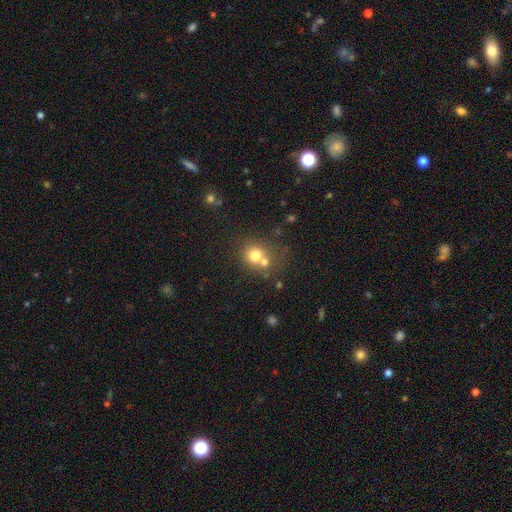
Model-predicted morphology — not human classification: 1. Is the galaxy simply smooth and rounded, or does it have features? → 73% smooth, 14% featured or disk, 13% star or artifact.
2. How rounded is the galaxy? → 82% round, 17% in between, 1% cigar-shaped.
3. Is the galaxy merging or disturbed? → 45% none, 43% merger, 9% minor disturbance, 4% major disturbance.